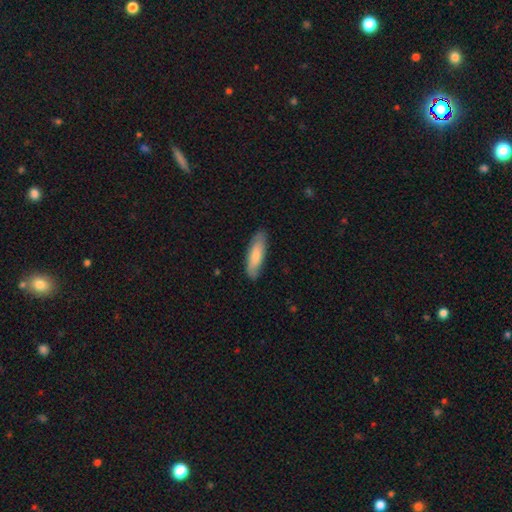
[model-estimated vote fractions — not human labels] A smooth galaxy with no disk features (76%) that is cigar-shaped (49%, tied with in between). Merging: none (83%).